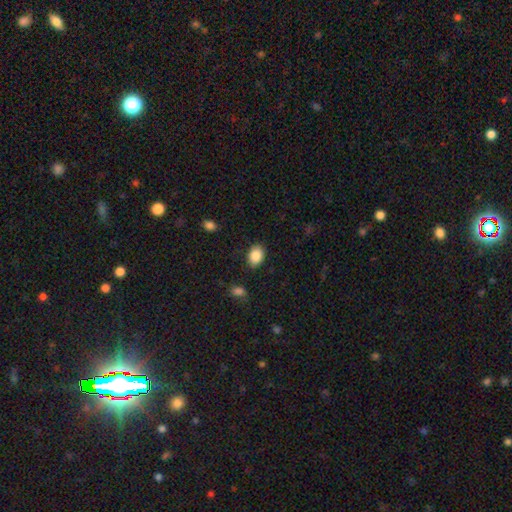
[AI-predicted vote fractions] Smooth or featured?
  - smooth: 87% *
  - star or artifact: 8%
  - featured or disk: 4%
How rounded?
  - in between: 71% *
  - round: 28%
  - cigar-shaped: 1%
Merging?
  - none: 84% *
  - minor disturbance: 11%
  - major disturbance: 3%
  - merger: 2%